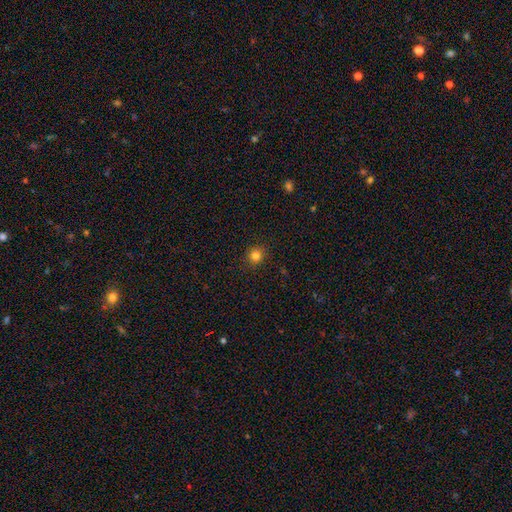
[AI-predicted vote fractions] Q: Smooth or featured?
A: smooth (82%); runner-up: star or artifact (13%)
Q: How rounded?
A: round (91%); runner-up: in between (8%)
Q: Merging?
A: none (91%); runner-up: minor disturbance (6%)